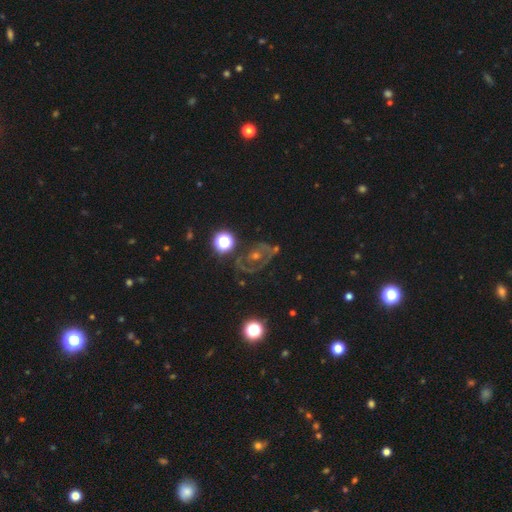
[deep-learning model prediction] This appears to be a featured or disk galaxy (64%) with no bar (73%), spiral arms (57%) and a moderate central bulge (52%). Merging: none (65%).